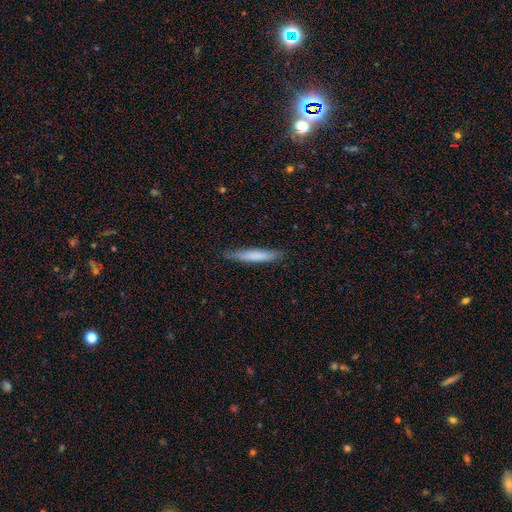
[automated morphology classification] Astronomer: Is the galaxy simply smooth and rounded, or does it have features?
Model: smooth — 74%.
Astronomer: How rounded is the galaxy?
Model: cigar-shaped — 92%.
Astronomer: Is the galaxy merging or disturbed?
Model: none — 84%.